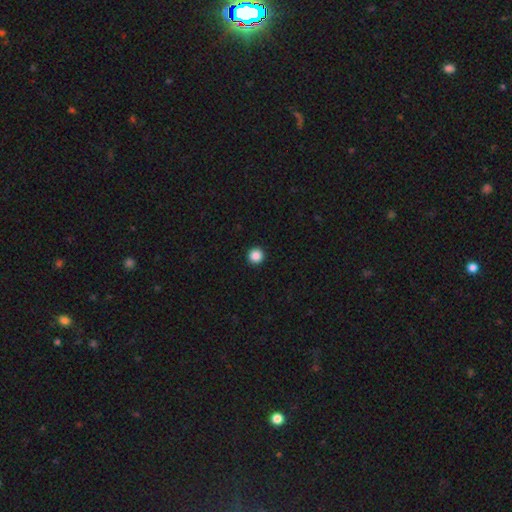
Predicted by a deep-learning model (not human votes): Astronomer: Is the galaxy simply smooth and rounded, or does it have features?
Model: smooth — 87%.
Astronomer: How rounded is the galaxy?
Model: round — 96%.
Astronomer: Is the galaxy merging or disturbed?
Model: none — 94%.